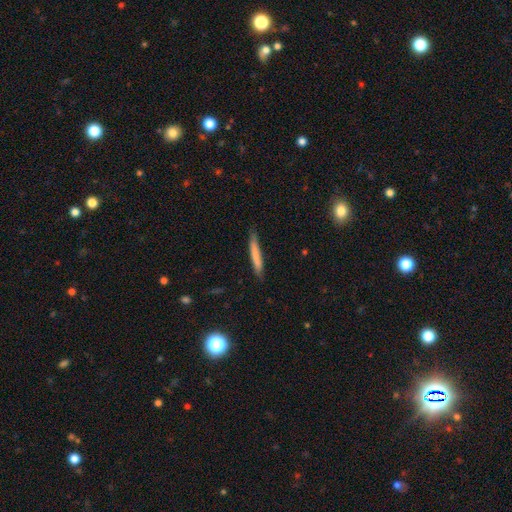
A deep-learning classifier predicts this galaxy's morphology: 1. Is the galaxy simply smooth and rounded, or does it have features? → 73% smooth, 21% featured or disk, 6% star or artifact.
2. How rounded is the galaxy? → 95% cigar-shaped, 4% in between, 1% round.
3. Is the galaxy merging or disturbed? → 82% none, 14% minor disturbance, 2% major disturbance, 1% merger.